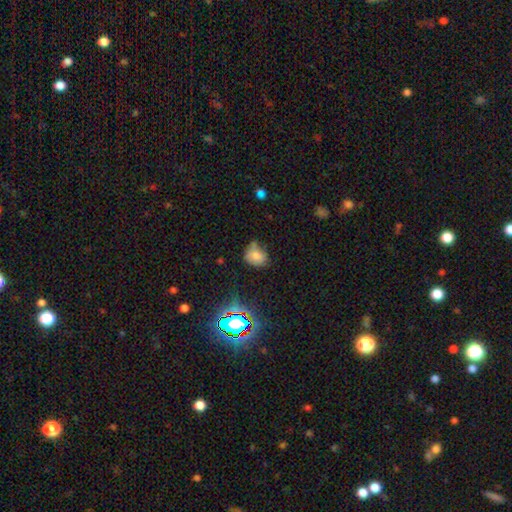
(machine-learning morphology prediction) Q: Smooth or featured?
A: smooth (72%); runner-up: star or artifact (17%)
Q: How rounded?
A: round (54%); runner-up: in between (45%)
Q: Merging?
A: none (49%); runner-up: minor disturbance (31%)